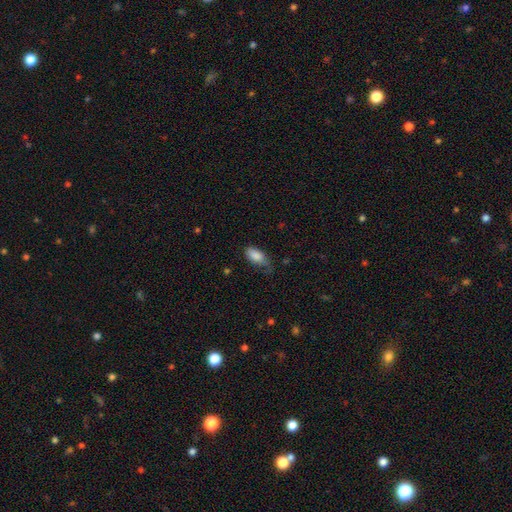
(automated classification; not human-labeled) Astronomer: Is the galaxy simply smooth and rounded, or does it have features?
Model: smooth — 86%.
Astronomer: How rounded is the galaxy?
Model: in between — 90%.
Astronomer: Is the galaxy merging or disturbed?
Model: none — 51% (runner-up: minor disturbance, 36%).